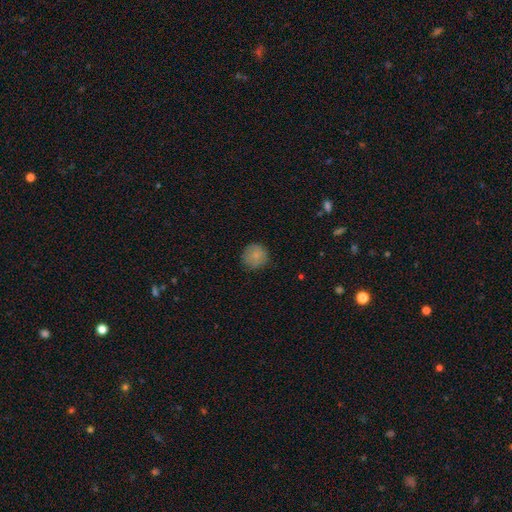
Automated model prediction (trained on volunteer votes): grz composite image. It shows a smooth galaxy with no disk features (83%) that is round (92%). Merging: none (83%).